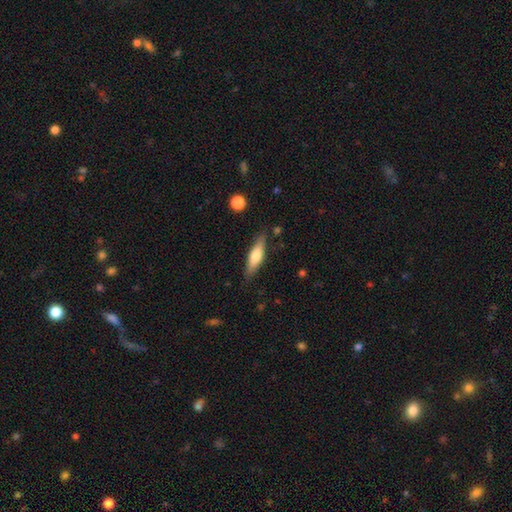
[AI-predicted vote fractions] A smooth galaxy with no disk features (58%) that is cigar-shaped (64%). Merging: none (83%).